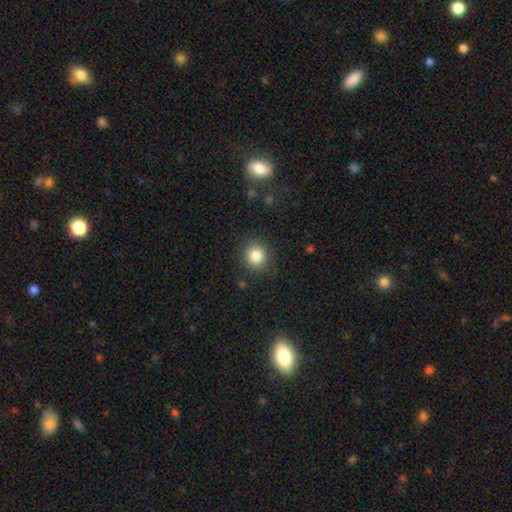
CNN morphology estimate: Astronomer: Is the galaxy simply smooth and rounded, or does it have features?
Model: smooth — 83%.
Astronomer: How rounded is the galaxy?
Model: round — 88%.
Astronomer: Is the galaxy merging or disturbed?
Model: none — 88%.